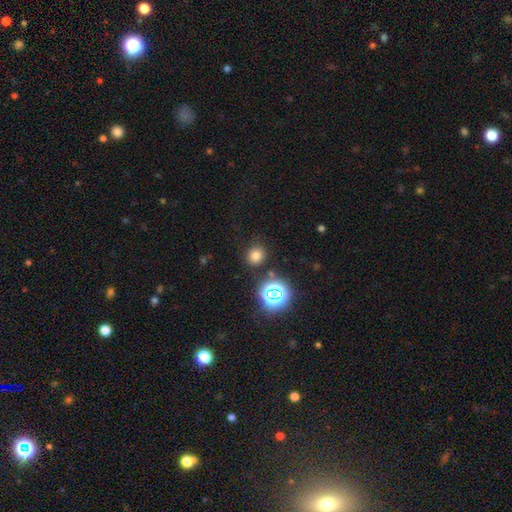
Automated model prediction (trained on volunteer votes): Smooth or featured?
  - smooth: 72% *
  - star or artifact: 22%
  - featured or disk: 6%
How rounded?
  - round: 85% *
  - in between: 14%
  - cigar-shaped: 1%
Merging?
  - none: 85% *
  - minor disturbance: 8%
  - merger: 4%
  - major disturbance: 3%